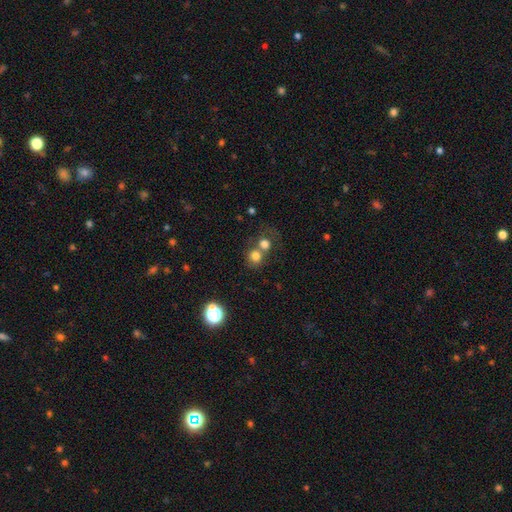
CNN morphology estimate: Q: Smooth or featured?
A: smooth (74%); runner-up: star or artifact (15%)
Q: How rounded?
A: round (84%); runner-up: in between (15%)
Q: Merging?
A: merger (45%); runner-up: none (44%)